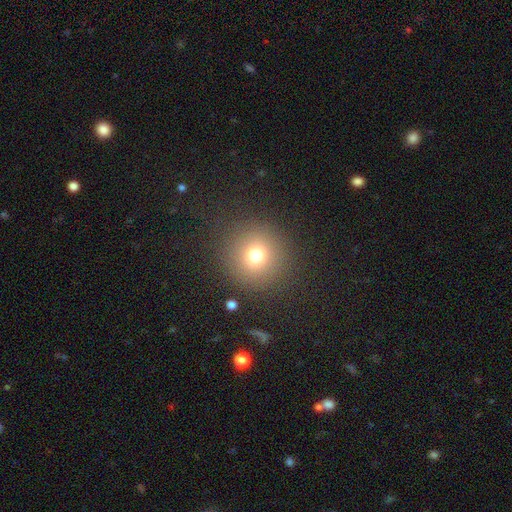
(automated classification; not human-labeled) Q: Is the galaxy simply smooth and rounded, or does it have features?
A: smooth — 73%.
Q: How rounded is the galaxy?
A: round — 94%.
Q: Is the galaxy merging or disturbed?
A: none — 87%.